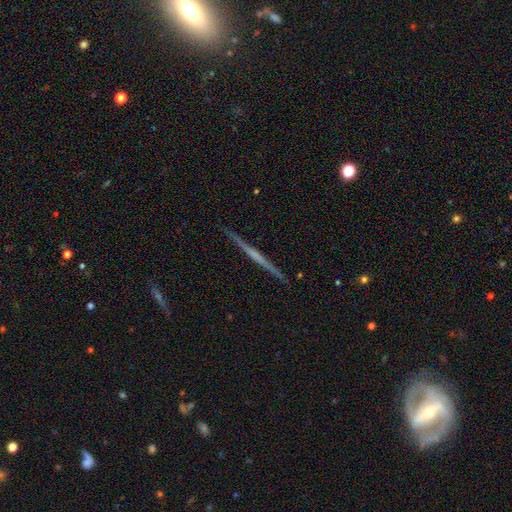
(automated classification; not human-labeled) Smooth or featured?
  - featured or disk: 72% *
  - smooth: 22%
  - star or artifact: 6%
Edge-on disk?
  - yes: 98% *
  - no: 2%
Edge-on bulge?
  - none: 69% *
  - rounded: 22%
  - boxy: 9%
Merging?
  - none: 92% *
  - minor disturbance: 6%
  - major disturbance: 1%
  - merger: 1%